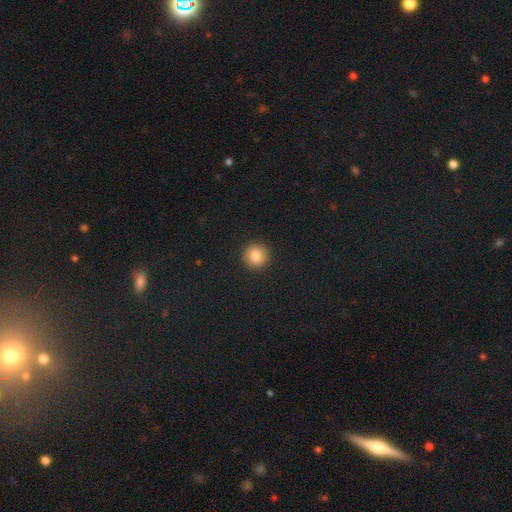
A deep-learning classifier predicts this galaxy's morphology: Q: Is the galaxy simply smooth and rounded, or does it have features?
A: smooth — 83%.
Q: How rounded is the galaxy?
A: round — 95%.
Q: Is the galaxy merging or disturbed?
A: none — 93%.